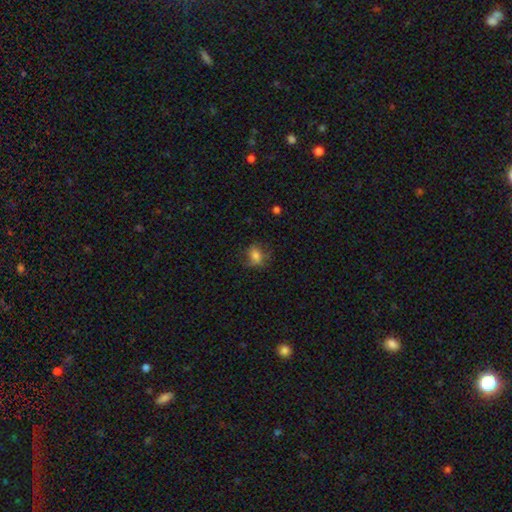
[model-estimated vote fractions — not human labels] Q: Smooth or featured?
A: smooth (68%); runner-up: featured or disk (20%)
Q: How rounded?
A: in between (53%); runner-up: round (45%)
Q: Merging?
A: none (58%); runner-up: minor disturbance (24%)